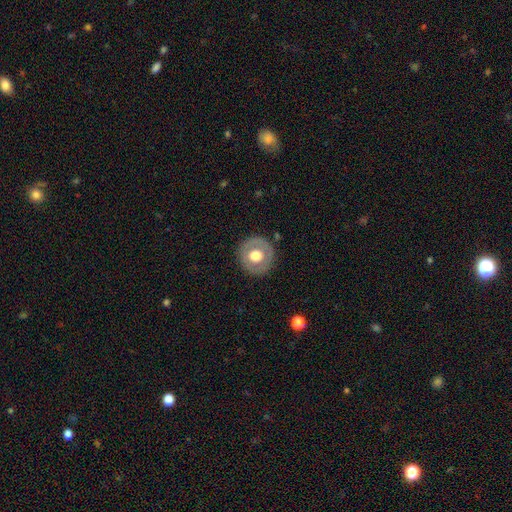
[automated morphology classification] Smooth or featured? smooth (55%)
How rounded? round (92%)
Merging? none (86%)